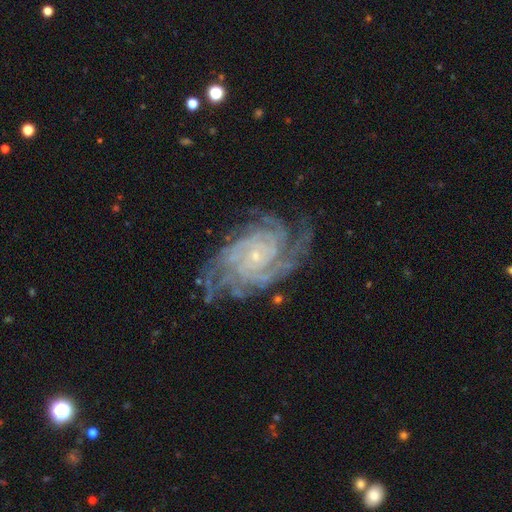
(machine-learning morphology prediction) Smooth or featured?
  - featured or disk: 91% *
  - star or artifact: 6%
  - smooth: 3%
Edge-on disk?
  - no: 97% *
  - yes: 3%
Bar?
  - no: 75% *
  - weak: 18%
  - strong: 7%
Spiral arms?
  - yes: 98% *
  - no: 2%
Spiral winding?
  - tight: 76% *
  - medium: 21%
  - loose: 3%
Spiral arm count?
  - 4: 28% *
  - more than 4: 27%
  - can't tell: 15%
  - 3: 13%
  - 2: 10%
  - 1: 7%
Bulge size?
  - small: 87% *
  - moderate: 9%
  - none: 2%
  - large: 1%
  - dominant: 1%
Merging?
  - none: 74% *
  - minor disturbance: 17%
  - major disturbance: 7%
  - merger: 2%